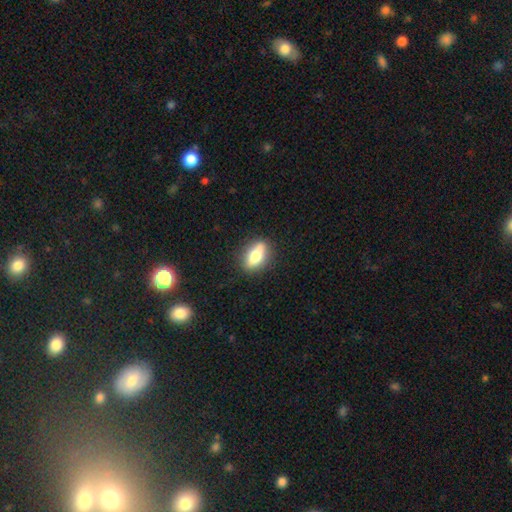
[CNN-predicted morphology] Smooth or featured? Predicted: smooth (p=0.56). How rounded? Predicted: in between (p=0.71). Merging? Predicted: none (p=0.85).